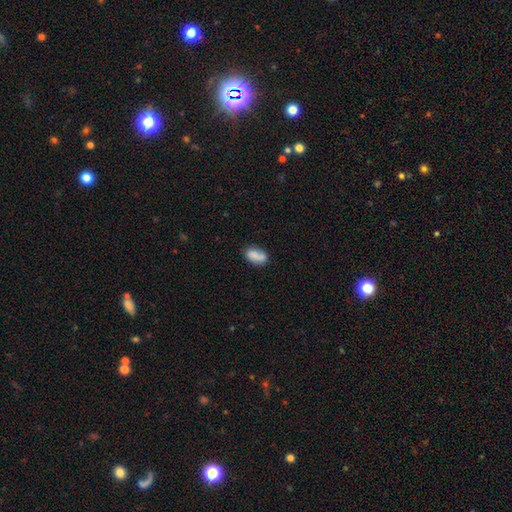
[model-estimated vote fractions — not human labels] A smooth galaxy with no disk features (79%) that is in between round and cigar-shaped (90%).

Vote fractions:
- Smooth or featured? smooth: 79% / featured or disk: 14% / star or artifact: 8%
- How rounded? in between: 90% / round: 6% / cigar-shaped: 4%
- Merging? none: 69% / minor disturbance: 20% / merger: 5% / major disturbance: 5%